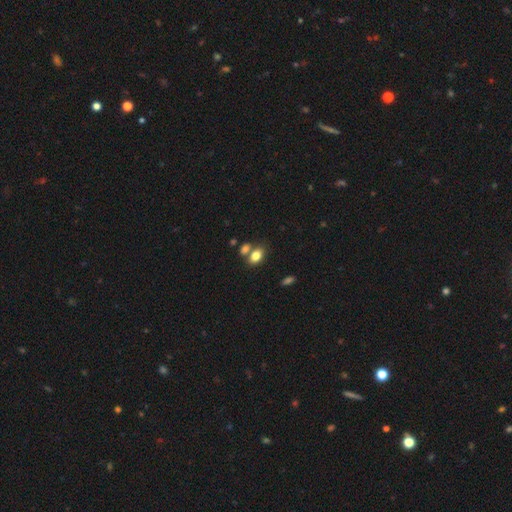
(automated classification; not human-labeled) Smooth or featured: smooth — 81% (star or artifact — 10%)
How rounded: in between — 81% (round — 17%)
Merging: none — 52% (merger — 33%)